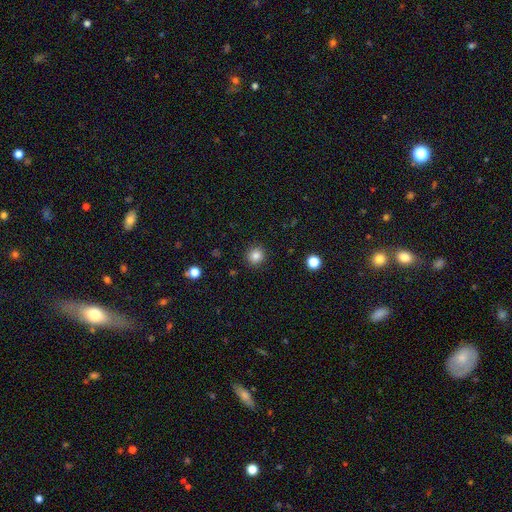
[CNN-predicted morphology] Q: Smooth or featured?
A: smooth (84%); runner-up: star or artifact (11%)
Q: How rounded?
A: round (92%); runner-up: in between (8%)
Q: Merging?
A: none (91%); runner-up: minor disturbance (5%)